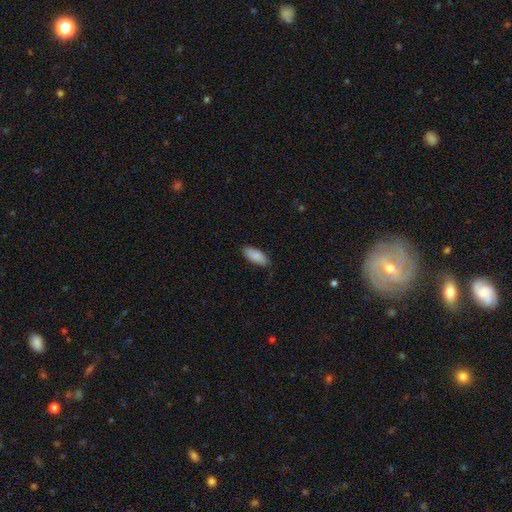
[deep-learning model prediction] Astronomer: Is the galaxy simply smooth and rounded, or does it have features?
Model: smooth — 88%.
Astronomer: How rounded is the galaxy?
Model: in between — 80%.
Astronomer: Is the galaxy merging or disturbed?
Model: none — 81%.